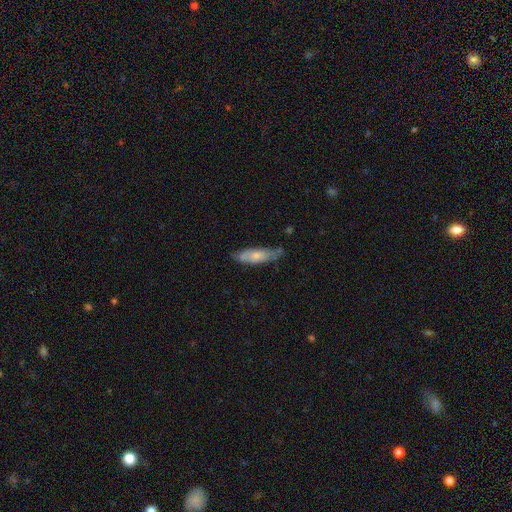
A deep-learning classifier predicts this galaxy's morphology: This is likely a smooth galaxy (62%). How rounded: possibly cigar-shaped (53%). Merging: likely none (62%).